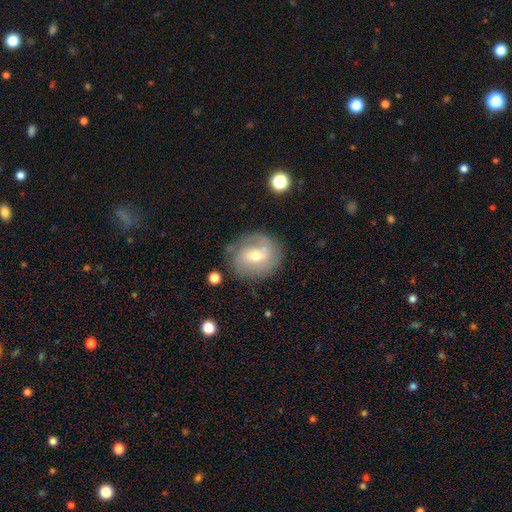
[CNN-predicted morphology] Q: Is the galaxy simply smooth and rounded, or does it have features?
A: featured or disk — 67%.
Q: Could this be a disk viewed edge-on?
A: no — 96%.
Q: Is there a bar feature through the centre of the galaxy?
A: weak — 48%.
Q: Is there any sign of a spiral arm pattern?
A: yes — 83%.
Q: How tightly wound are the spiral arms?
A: medium — 41%.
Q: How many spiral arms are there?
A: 2 — 61%.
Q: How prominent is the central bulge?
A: moderate — 57%.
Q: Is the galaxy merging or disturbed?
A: none — 74%.